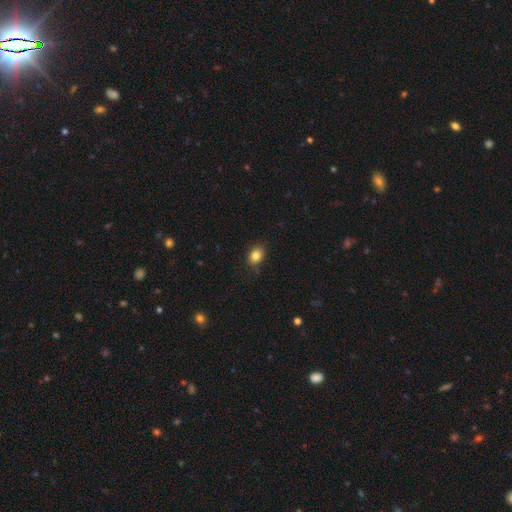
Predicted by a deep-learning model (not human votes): smooth-or-featured: smooth: 83% | star or artifact: 10% | featured or disk: 7%
  how-rounded: in between: 59% | round: 40% | cigar-shaped: 1%
  merging: none: 81% | minor disturbance: 15% | major disturbance: 3% | merger: 1%